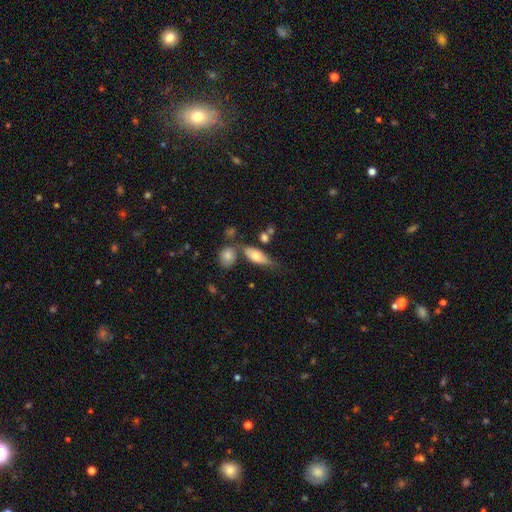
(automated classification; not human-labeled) Overall: smooth (64%; featured or disk 29%). How rounded: in between (72%). Merging: none (51%; minor disturbance 22%).